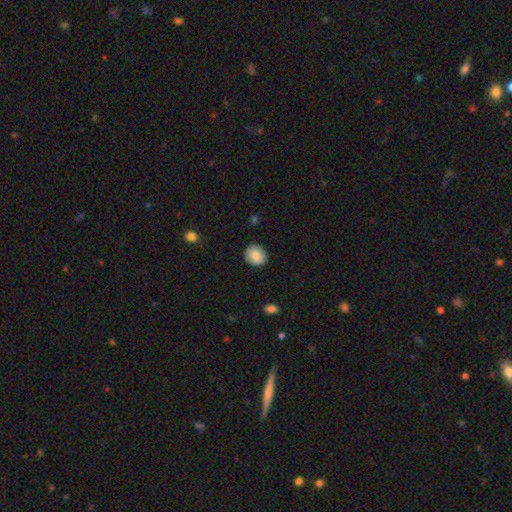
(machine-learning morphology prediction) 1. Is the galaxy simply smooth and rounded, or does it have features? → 86% smooth, 7% star or artifact, 7% featured or disk.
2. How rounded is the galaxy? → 72% round, 27% in between, 1% cigar-shaped.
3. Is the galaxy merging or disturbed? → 87% none, 10% minor disturbance, 2% major disturbance, 1% merger.